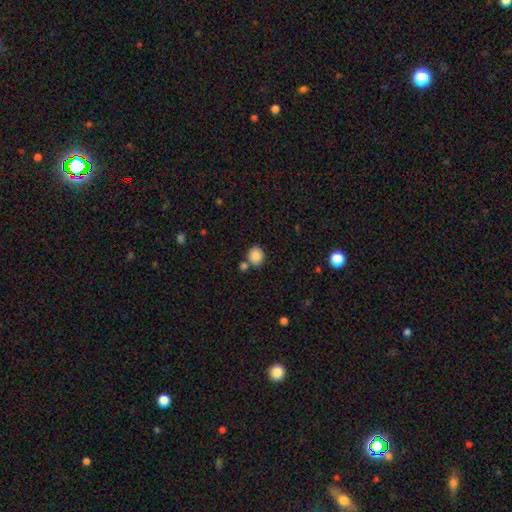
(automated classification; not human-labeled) Smooth or featured?
  - smooth: 87% *
  - star or artifact: 9%
  - featured or disk: 5%
How rounded?
  - round: 70% *
  - in between: 29%
  - cigar-shaped: 1%
Merging?
  - none: 67% *
  - merger: 19%
  - minor disturbance: 11%
  - major disturbance: 3%